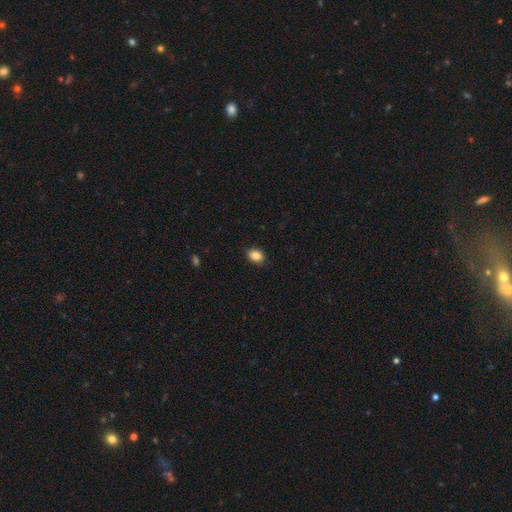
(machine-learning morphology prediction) type=smooth (86%); roundness=in between (79%); merging=none (86%).